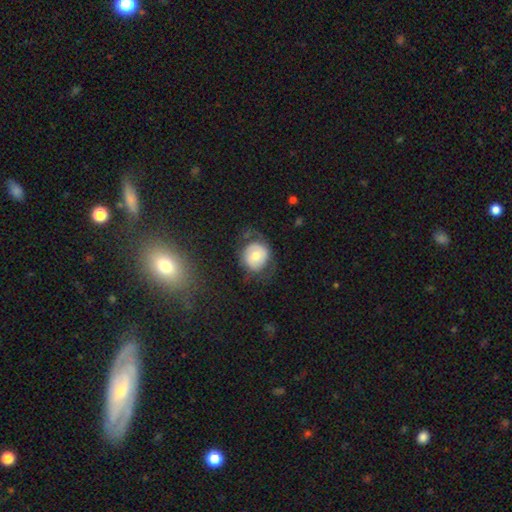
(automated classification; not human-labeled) Smooth or featured?
  - smooth: 56% *
  - featured or disk: 36%
  - star or artifact: 8%
How rounded?
  - round: 83% *
  - in between: 16%
  - cigar-shaped: 1%
Merging?
  - none: 59% *
  - minor disturbance: 21%
  - major disturbance: 17%
  - merger: 2%